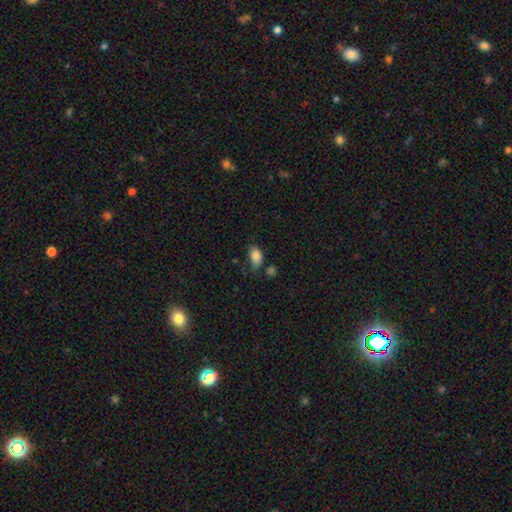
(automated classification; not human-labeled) smooth 84%, star or artifact 9%, featured or disk 7%. Down the decision tree: how rounded — in between (88%); merging — none (56%).